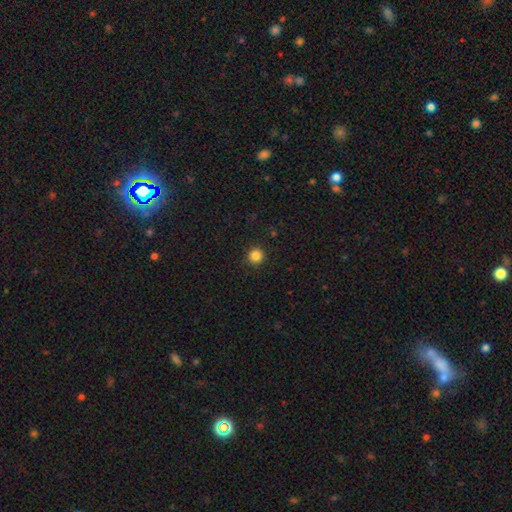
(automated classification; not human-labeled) smooth_or_featured: smooth (p=0.84) [alt: star or artifact p=0.12]
how_rounded: round (p=0.95) [alt: in between p=0.04]
merging: none (p=0.92) [alt: minor disturbance p=0.05]